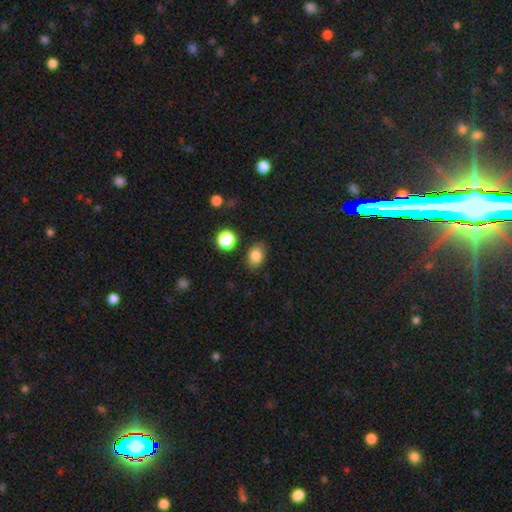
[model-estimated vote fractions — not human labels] Q: Smooth or featured?
A: smooth (84%); runner-up: star or artifact (11%)
Q: How rounded?
A: in between (68%); runner-up: round (30%)
Q: Merging?
A: none (82%); runner-up: minor disturbance (12%)